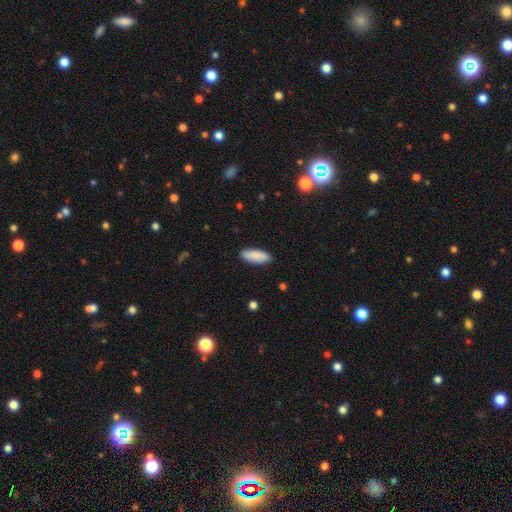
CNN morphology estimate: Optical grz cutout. It shows a smooth galaxy with no disk features (89%) that is in between round and cigar-shaped (74%). Merging: none (89%).